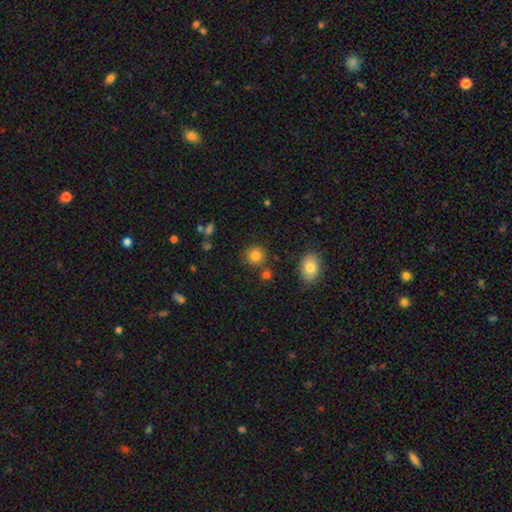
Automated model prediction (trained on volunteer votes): The model was most divided on "smooth or featured": smooth: 83%, star or artifact: 11%, featured or disk: 6%. More confident: how rounded — round (89%); merging — none (83%).